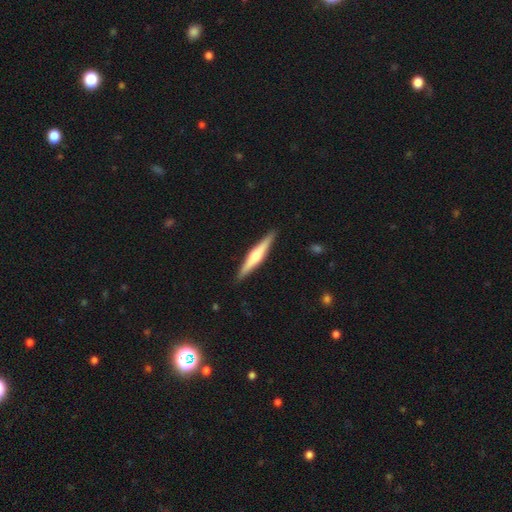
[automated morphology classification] smooth-or-featured: featured or disk: 62% | smooth: 33% | star or artifact: 5%
  disk-edge-on: yes: 98% | no: 2%
    edge-on-bulge: rounded: 87% | boxy: 7% | none: 6%
  merging: none: 91% | minor disturbance: 6% | major disturbance: 1% | merger: 1%